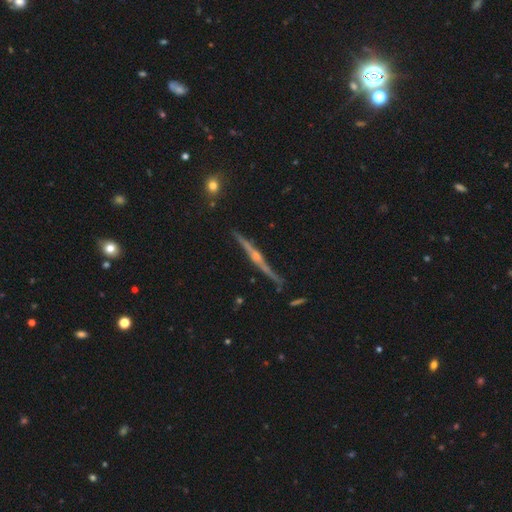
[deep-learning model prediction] Smooth or featured? Predicted: featured or disk (p=0.85). Edge-on disk? Predicted: yes (p=0.98). Edge-on bulge? Predicted: rounded (p=0.84). Merging? Predicted: none (p=0.84).